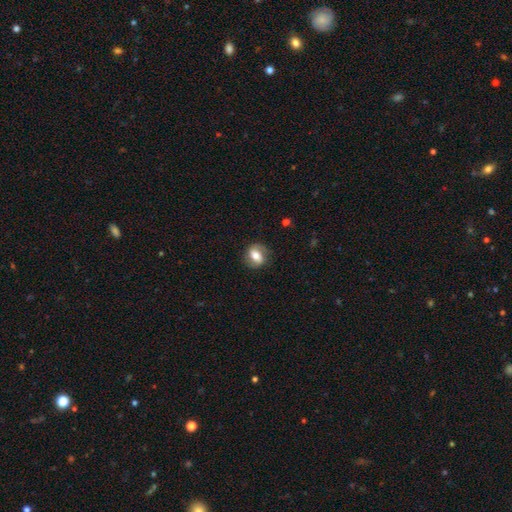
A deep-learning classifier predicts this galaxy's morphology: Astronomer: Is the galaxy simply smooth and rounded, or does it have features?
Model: smooth — 52% (runner-up: featured or disk, 40%).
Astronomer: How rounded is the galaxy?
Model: in between — 52% (runner-up: round, 46%).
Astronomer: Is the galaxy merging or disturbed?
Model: none — 79%.